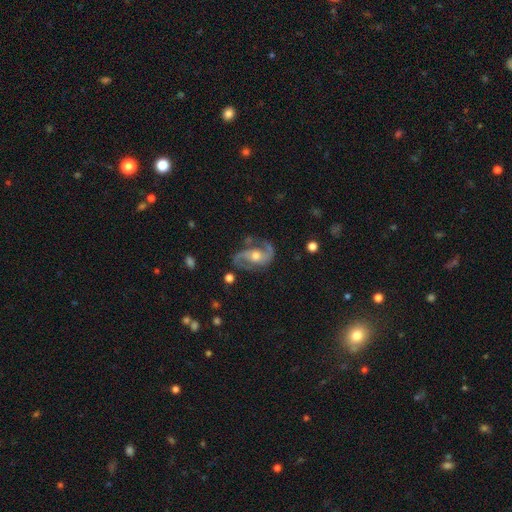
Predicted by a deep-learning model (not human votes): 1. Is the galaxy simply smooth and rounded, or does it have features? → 88% featured or disk, 7% smooth, 5% star or artifact.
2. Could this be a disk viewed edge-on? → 97% no, 3% yes.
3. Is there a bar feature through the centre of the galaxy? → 48% no, 35% weak, 17% strong.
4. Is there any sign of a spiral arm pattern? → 96% yes, 4% no.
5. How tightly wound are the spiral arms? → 53% medium, 30% loose, 17% tight.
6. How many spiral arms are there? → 91% 2, 3% can't tell, 2% 1, 2% 3, 1% 4, 1% more than 4.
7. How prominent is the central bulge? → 69% moderate, 22% small, 6% large, 2% none, 1% dominant.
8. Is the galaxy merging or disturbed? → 71% none, 17% minor disturbance, 9% major disturbance, 3% merger.